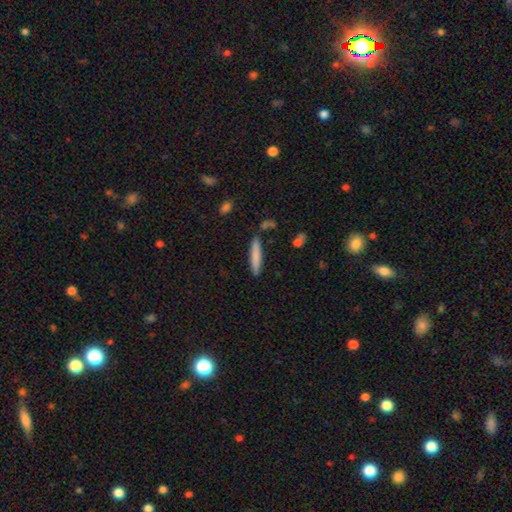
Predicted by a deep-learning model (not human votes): smooth_or_featured: smooth (p=0.79) [alt: featured or disk p=0.15]
how_rounded: cigar-shaped (p=0.90) [alt: in between p=0.09]
merging: none (p=0.83) [alt: minor disturbance p=0.11]